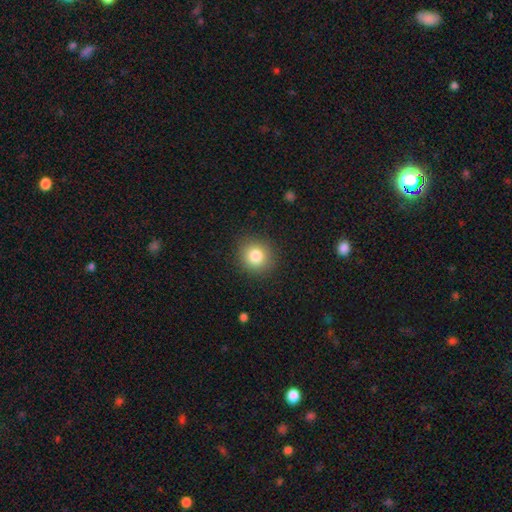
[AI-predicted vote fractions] A smooth galaxy with no disk features (82%) that is round (88%).

Vote fractions:
- Smooth or featured? smooth: 82% / star or artifact: 10% / featured or disk: 7%
- How rounded? round: 88% / in between: 11% / cigar-shaped: 1%
- Merging? none: 89% / minor disturbance: 7% / major disturbance: 3% / merger: 1%